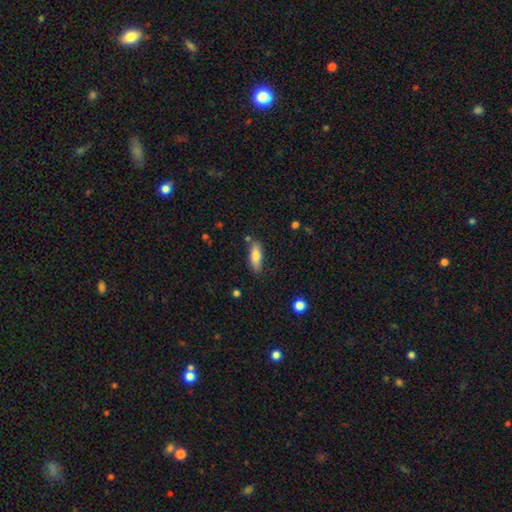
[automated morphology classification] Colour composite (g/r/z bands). It shows a smooth galaxy with no disk features (76%) that is in between round and cigar-shaped (62%). Merging: none (80%).